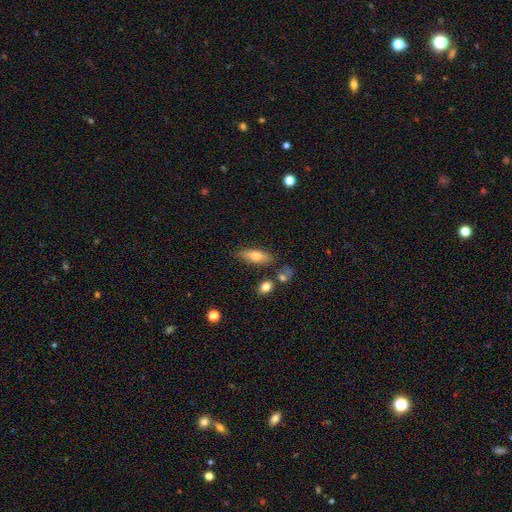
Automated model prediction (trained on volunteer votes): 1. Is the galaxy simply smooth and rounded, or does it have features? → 68% smooth, 24% featured or disk, 8% star or artifact.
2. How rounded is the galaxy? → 60% in between, 37% cigar-shaped, 3% round.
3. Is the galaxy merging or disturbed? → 72% none, 17% minor disturbance, 6% merger, 5% major disturbance.